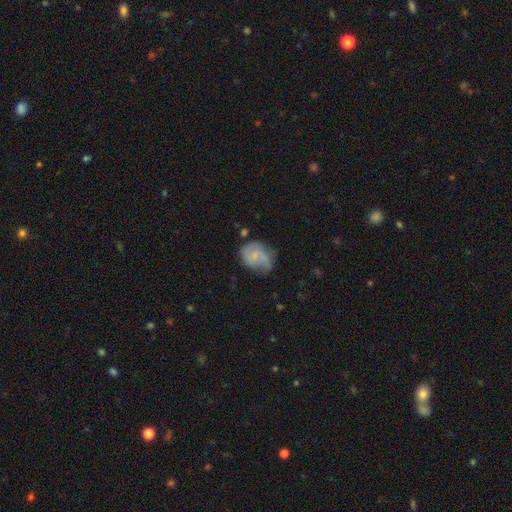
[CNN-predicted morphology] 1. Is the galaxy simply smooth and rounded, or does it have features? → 52% featured or disk, 40% smooth, 8% star or artifact.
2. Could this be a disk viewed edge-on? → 98% no, 2% yes.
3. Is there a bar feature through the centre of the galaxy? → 66% no, 30% weak, 4% strong.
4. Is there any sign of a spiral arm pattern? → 83% yes, 17% no.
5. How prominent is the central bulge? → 53% small, 29% none, 15% moderate, 1% large, 1% dominant.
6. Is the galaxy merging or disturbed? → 48% none, 32% minor disturbance, 17% major disturbance, 4% merger.